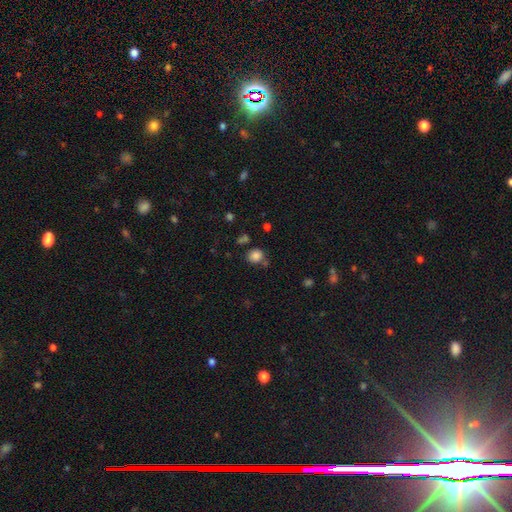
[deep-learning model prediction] Morphology: type=smooth (83%); roundness=round (72%); merging=none (68%).